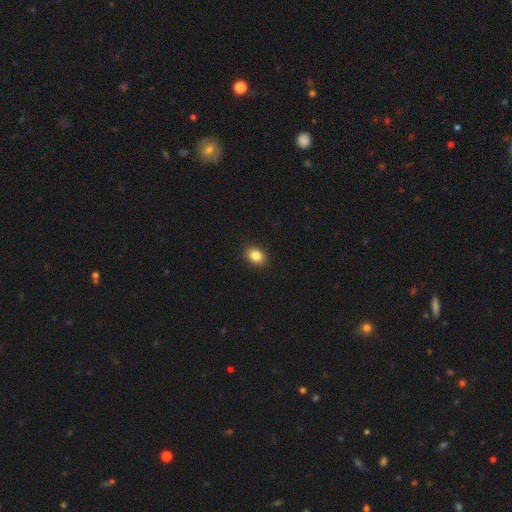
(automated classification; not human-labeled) smooth-or-featured: smooth: 85% | star or artifact: 9% | featured or disk: 6%
  how-rounded: in between: 68% | round: 31% | cigar-shaped: 1%
  merging: none: 91% | minor disturbance: 6% | major disturbance: 2% | merger: 1%